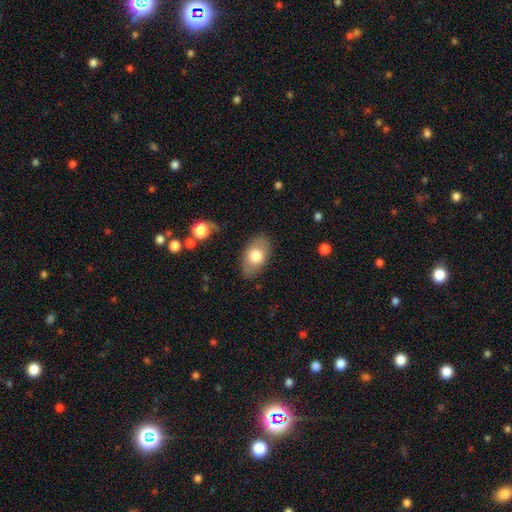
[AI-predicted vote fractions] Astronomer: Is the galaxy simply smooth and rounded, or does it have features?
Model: smooth — 73%.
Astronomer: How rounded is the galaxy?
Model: in between — 91%.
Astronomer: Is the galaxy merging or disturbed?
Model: none — 83%.